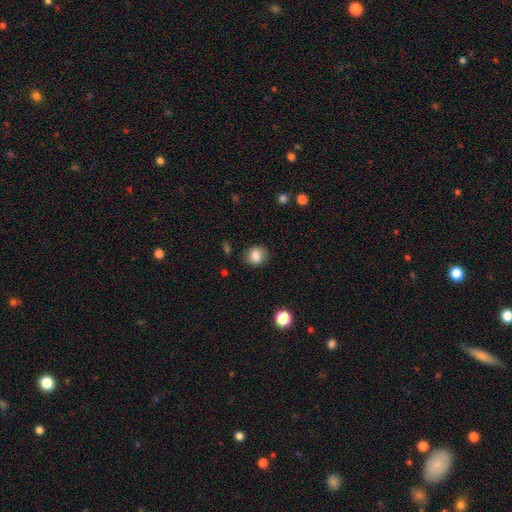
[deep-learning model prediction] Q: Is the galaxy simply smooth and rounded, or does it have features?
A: smooth — 83%.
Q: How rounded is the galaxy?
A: round — 71%.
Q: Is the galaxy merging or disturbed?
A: none — 81%.